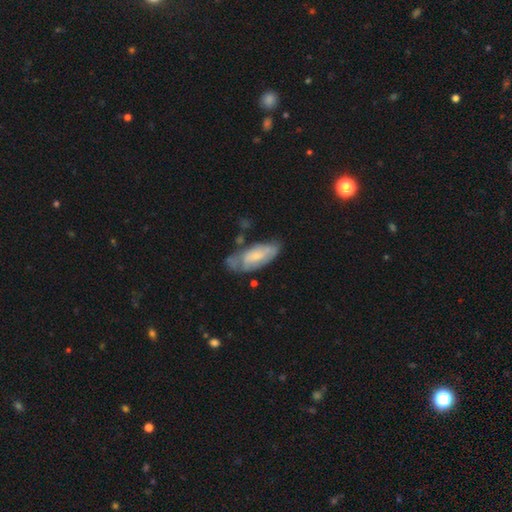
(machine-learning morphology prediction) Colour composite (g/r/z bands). It shows a featured or disk galaxy (49%). Merging: none (50%).